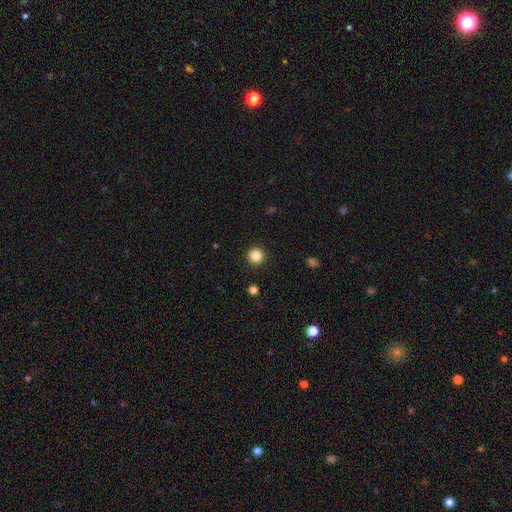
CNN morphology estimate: Smooth or featured? smooth (86%)
How rounded? round (96%)
Merging? none (93%)